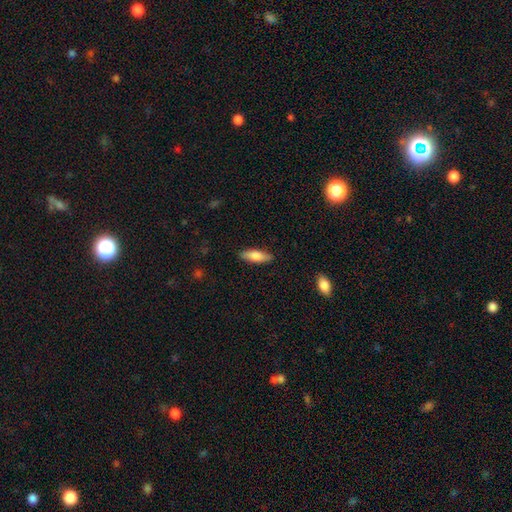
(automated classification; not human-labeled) Smooth or featured?
  - smooth: 75% *
  - featured or disk: 19%
  - star or artifact: 6%
How rounded?
  - in between: 56% *
  - cigar-shaped: 42%
  - round: 2%
Merging?
  - none: 87% *
  - minor disturbance: 10%
  - major disturbance: 2%
  - merger: 1%